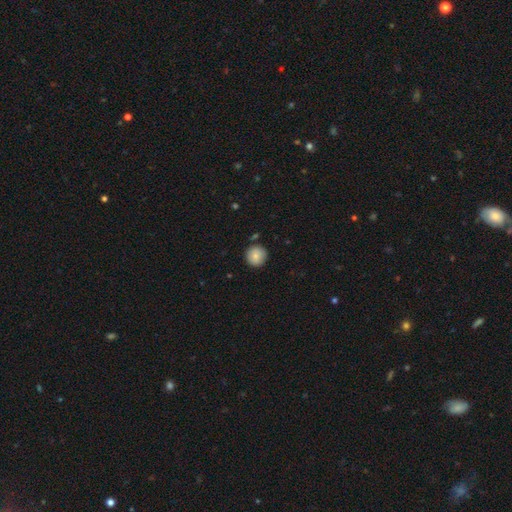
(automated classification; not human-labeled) A smooth galaxy with no disk features (84%) that is round (94%). Merging: none (87%).